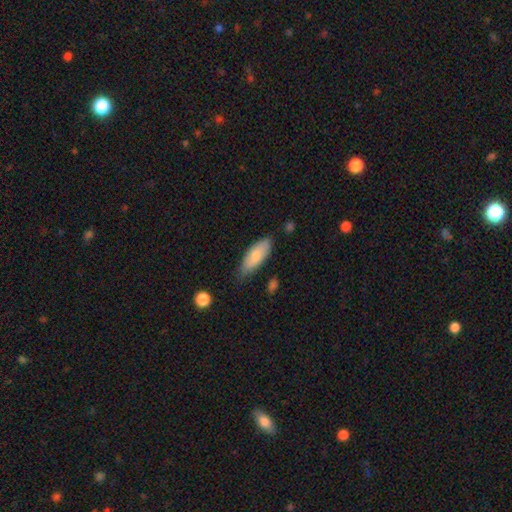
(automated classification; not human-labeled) smooth_or_featured: smooth (p=0.80) [alt: featured or disk p=0.14]
how_rounded: in between (p=0.78) [alt: cigar-shaped p=0.20]
merging: none (p=0.69) [alt: minor disturbance p=0.25]